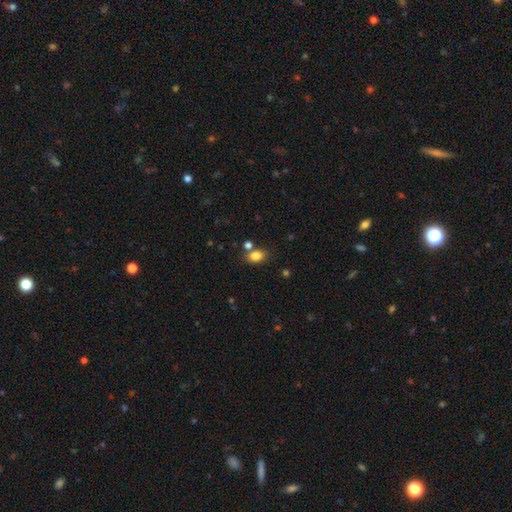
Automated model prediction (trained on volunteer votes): A smooth galaxy with no disk features (83%) that is in between round and cigar-shaped (76%). Merging: none (68%).